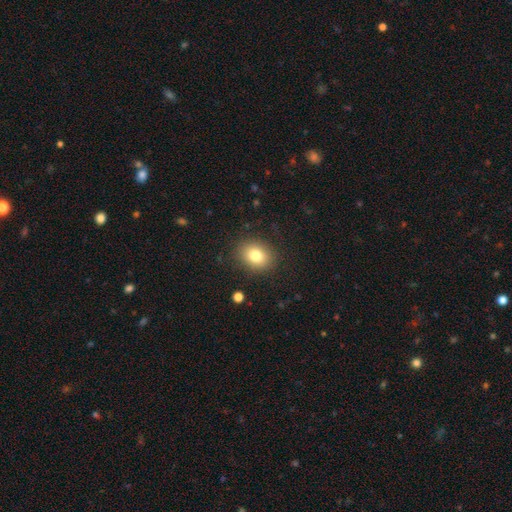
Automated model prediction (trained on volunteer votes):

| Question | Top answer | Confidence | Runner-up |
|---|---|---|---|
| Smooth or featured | smooth | 80% | star or artifact (11%) |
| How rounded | round | 57% | in between (42%) |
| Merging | none | 87% | minor disturbance (9%) |